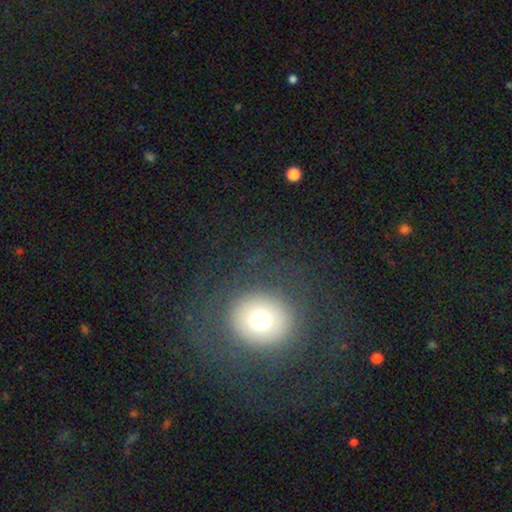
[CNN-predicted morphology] A smooth galaxy with no disk features (57%) that is round (85%). Merging: none (80%).